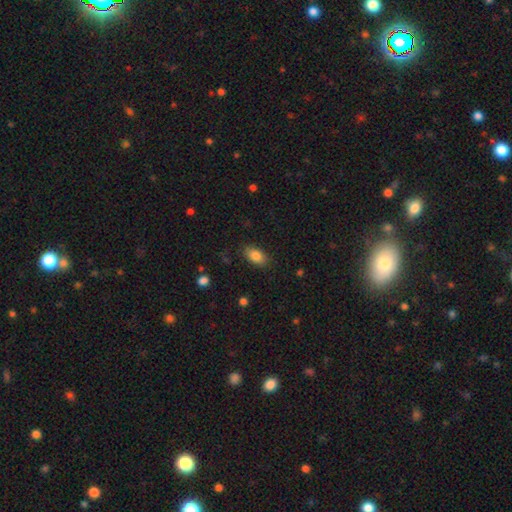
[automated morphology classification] This appears to be a smooth galaxy with no disk features (83%) that is in between round and cigar-shaped (91%). Merging: none (86%).